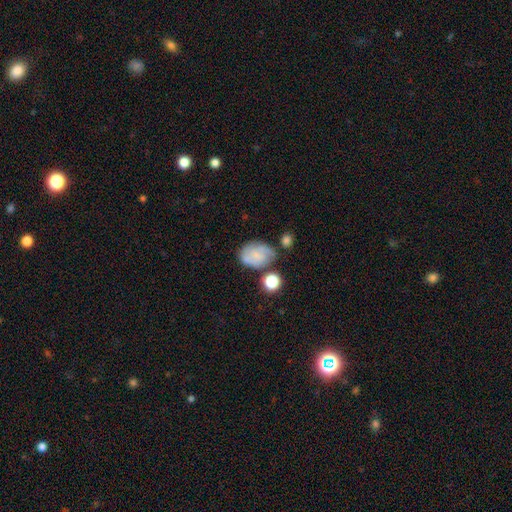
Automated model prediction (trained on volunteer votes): Smooth or featured? smooth (52%)
How rounded? in between (68%)
Merging? none (52%)